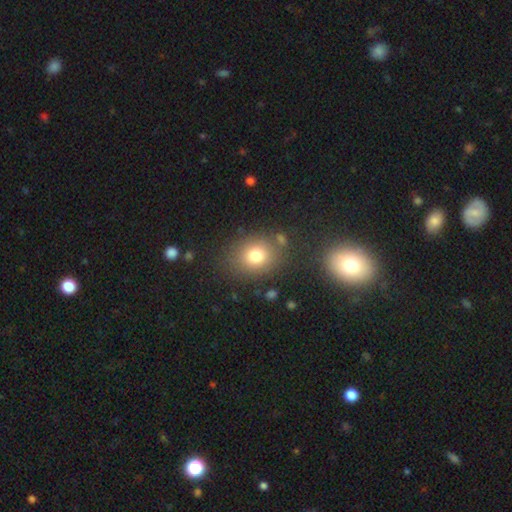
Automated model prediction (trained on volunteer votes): Overall: smooth (78%). How rounded: round (60%; in between 39%). Merging: none (78%).